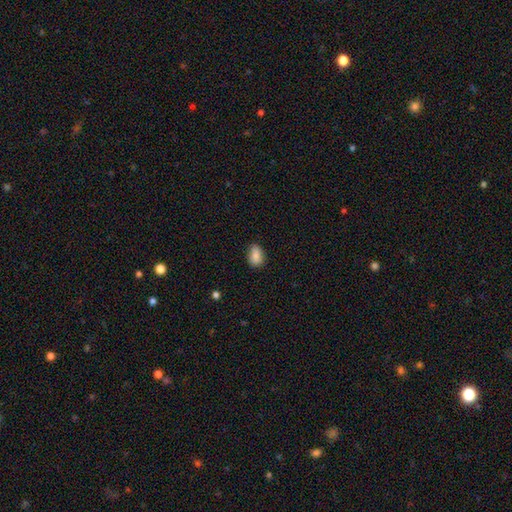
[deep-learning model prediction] Smooth or featured? Predicted: smooth (p=0.85). How rounded? Predicted: in between (p=0.81). Merging? Predicted: none (p=0.70).